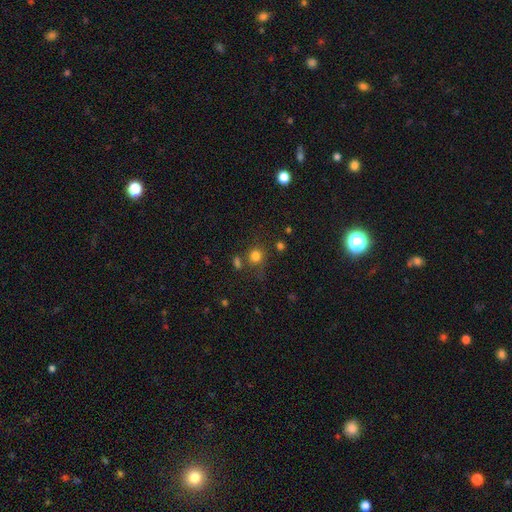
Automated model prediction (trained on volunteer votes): Smooth or featured? smooth (78%)
How rounded? round (86%)
Merging? none (69%)